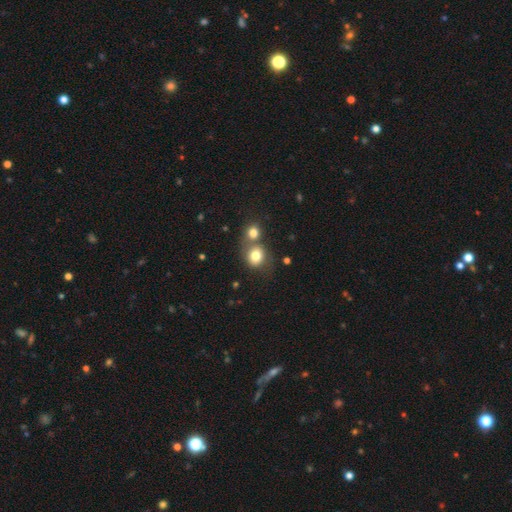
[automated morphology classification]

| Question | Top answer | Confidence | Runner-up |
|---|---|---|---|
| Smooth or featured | smooth | 78% | featured or disk (11%) |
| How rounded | round | 74% | in between (25%) |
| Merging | none | 43% | merger (42%) |